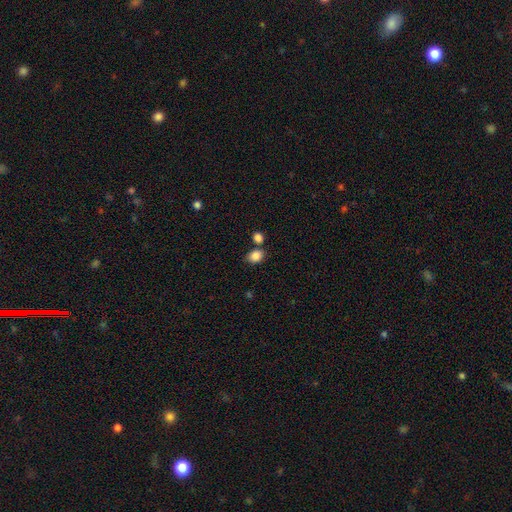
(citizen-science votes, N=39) Smooth or featured? 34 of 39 (87%) said smooth. How rounded? 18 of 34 (53%) said round. Merging? 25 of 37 (68%) said none.